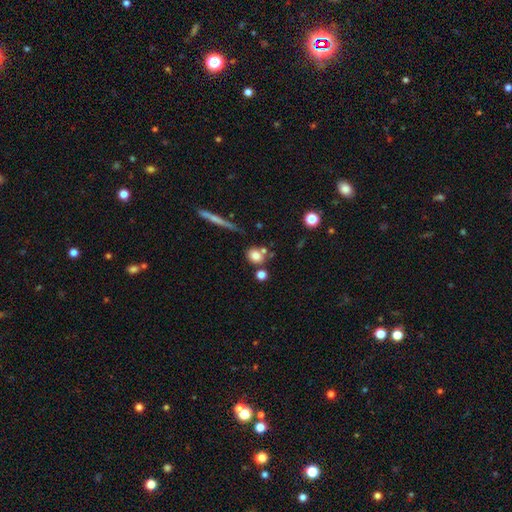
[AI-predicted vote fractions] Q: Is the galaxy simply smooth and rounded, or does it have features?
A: smooth — 78%.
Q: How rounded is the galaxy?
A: round — 58%.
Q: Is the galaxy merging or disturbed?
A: none — 63%.